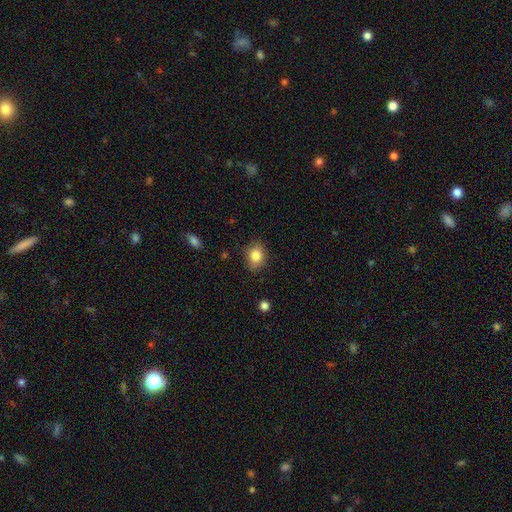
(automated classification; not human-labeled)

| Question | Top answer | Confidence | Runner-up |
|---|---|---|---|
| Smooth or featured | smooth | 84% | star or artifact (9%) |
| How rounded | in between | 55% | round (44%) |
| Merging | none | 82% | minor disturbance (14%) |